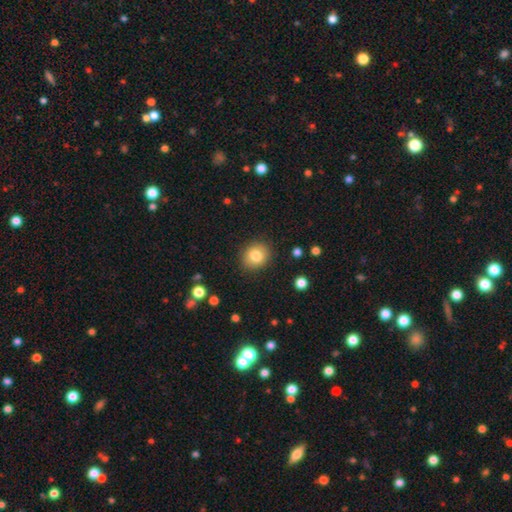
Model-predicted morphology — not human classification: type=smooth (81%); roundness=round (70%); merging=none (88%).